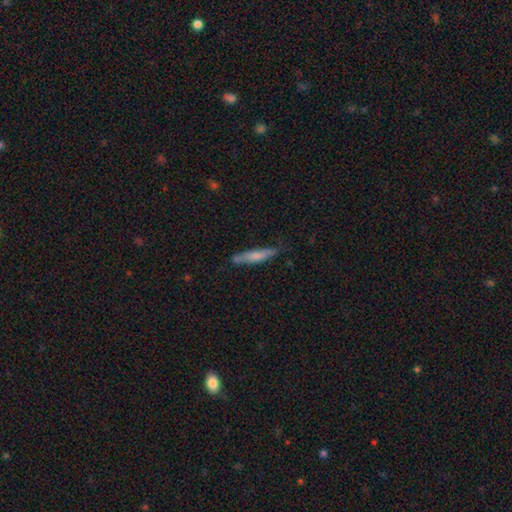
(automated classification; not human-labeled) Smooth or featured? smooth (65%)
How rounded? cigar-shaped (88%)
Merging? none (72%)